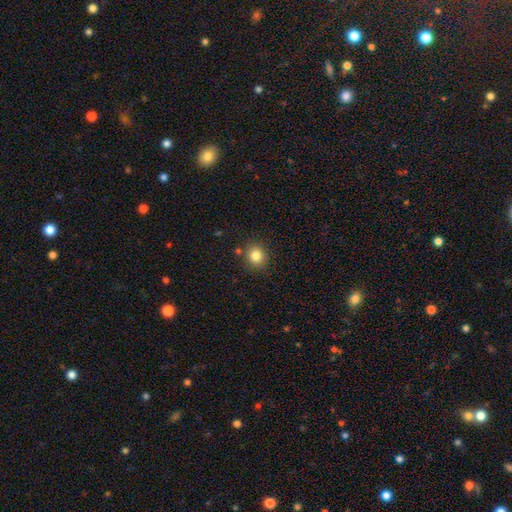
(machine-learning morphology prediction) Smooth or featured?
  - smooth: 83% *
  - star or artifact: 11%
  - featured or disk: 6%
How rounded?
  - round: 81% *
  - in between: 18%
  - cigar-shaped: 1%
Merging?
  - none: 85% *
  - minor disturbance: 8%
  - merger: 4%
  - major disturbance: 2%